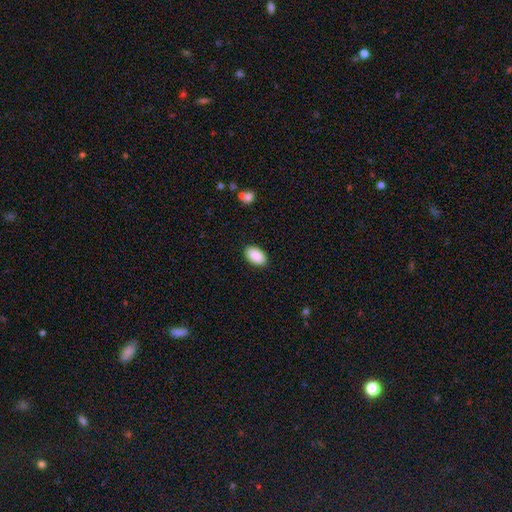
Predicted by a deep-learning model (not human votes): This appears to be a smooth galaxy with no disk features (91%) that is in between round and cigar-shaped (94%). Merging: none (90%).